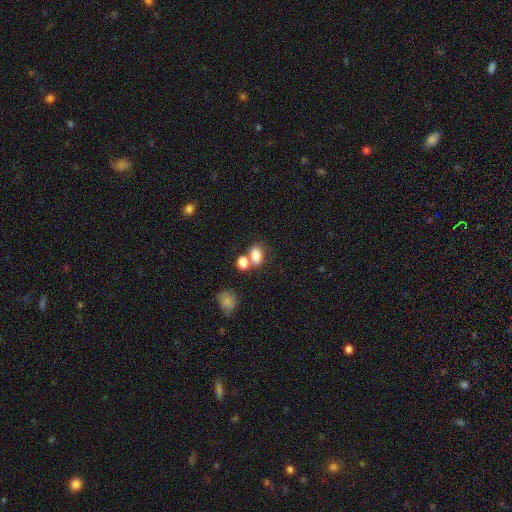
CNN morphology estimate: This appears to be a smooth galaxy with no disk features (82%) that is in between round and cigar-shaped (78%). Merging: none (46%).